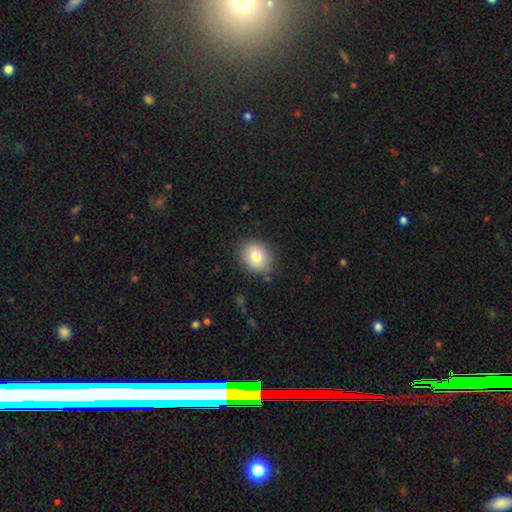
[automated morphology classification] smooth_or_featured: smooth (p=0.80) [alt: featured or disk p=0.11]
how_rounded: round (p=0.51) [alt: in between p=0.48]
merging: none (p=0.84) [alt: minor disturbance p=0.12]